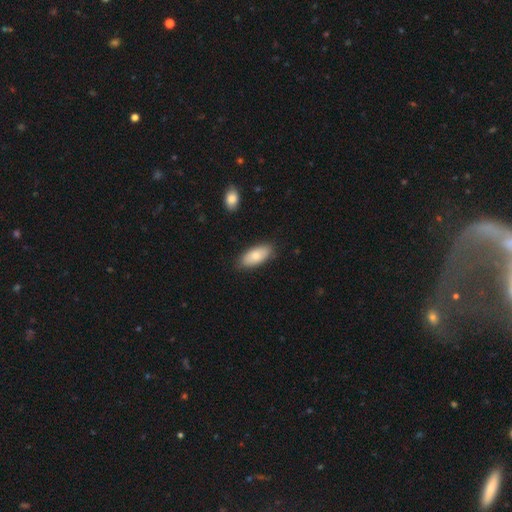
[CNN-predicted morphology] A smooth galaxy with no disk features (80%) that is in between round and cigar-shaped (88%).

Vote fractions:
- Smooth or featured? smooth: 80% / featured or disk: 14% / star or artifact: 6%
- How rounded? in between: 88% / cigar-shaped: 10% / round: 2%
- Merging? none: 85% / minor disturbance: 12% / major disturbance: 2% / merger: 2%